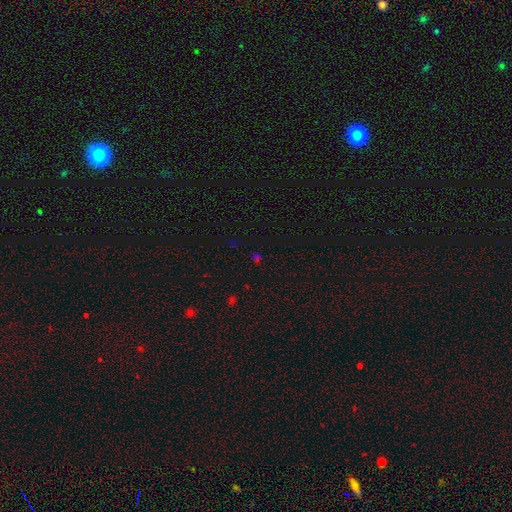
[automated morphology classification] type=star or artifact (54%).